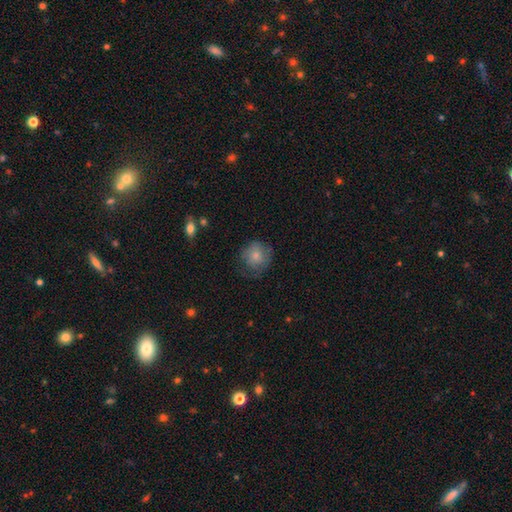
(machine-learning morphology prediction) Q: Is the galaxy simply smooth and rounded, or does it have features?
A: smooth — 76%.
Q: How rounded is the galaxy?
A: round — 85%.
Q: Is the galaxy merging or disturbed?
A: none — 61%.